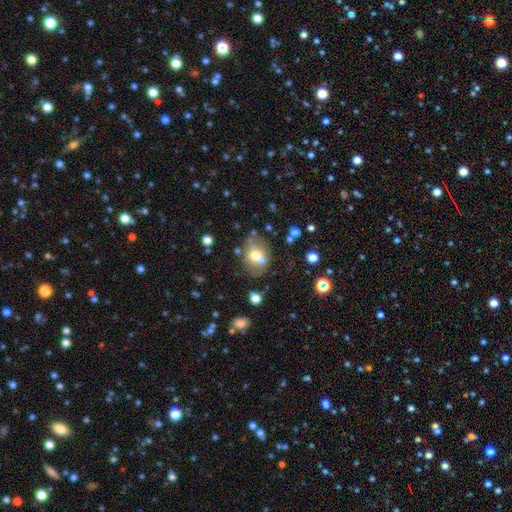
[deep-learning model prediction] Smooth or featured: smooth — 62% (featured or disk — 26%)
How rounded: round — 52% (in between — 47%)
Merging: none — 57% (merger — 19%)